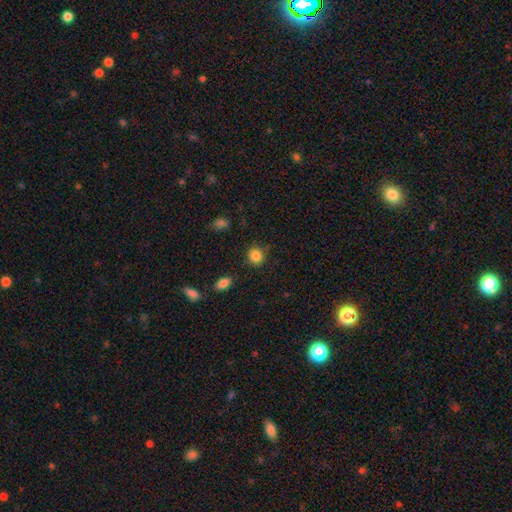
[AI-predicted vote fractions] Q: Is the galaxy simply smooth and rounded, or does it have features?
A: smooth — 86%.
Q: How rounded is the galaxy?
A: round — 76%.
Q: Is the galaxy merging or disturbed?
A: none — 84%.